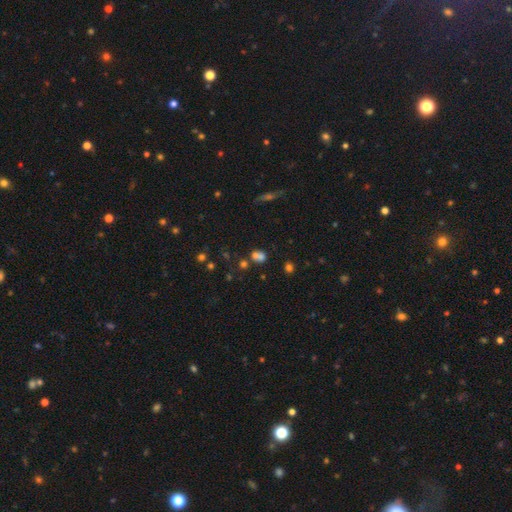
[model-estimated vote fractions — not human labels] This is likely a smooth galaxy (63%). How rounded: likely round (61%). Merging: marginally merger (45%).